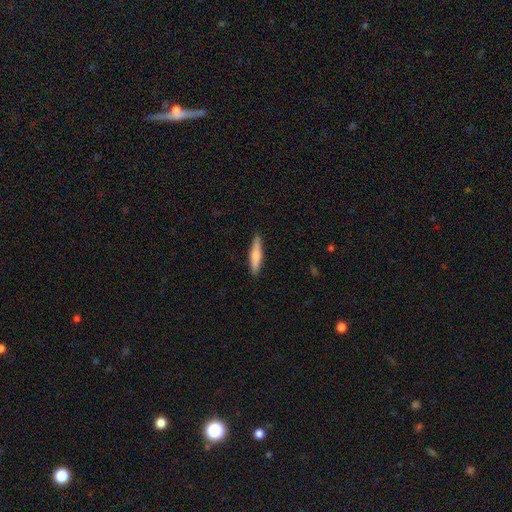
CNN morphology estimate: A smooth galaxy with no disk features (71%) that is cigar-shaped (84%).

Vote fractions:
- Smooth or featured? smooth: 71% / featured or disk: 24% / star or artifact: 5%
- How rounded? cigar-shaped: 84% / in between: 15% / round: 2%
- Merging? none: 89% / minor disturbance: 8% / major disturbance: 2% / merger: 1%